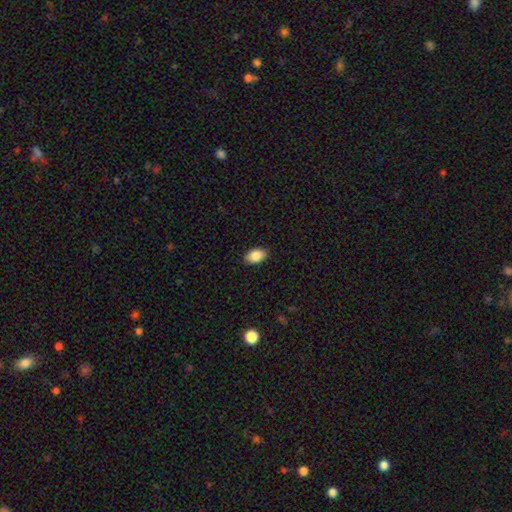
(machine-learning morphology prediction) A smooth galaxy with no disk features (88%) that is in between round and cigar-shaped (93%).

Vote fractions:
- Smooth or featured? smooth: 88% / star or artifact: 7% / featured or disk: 5%
- How rounded? in between: 93% / round: 6% / cigar-shaped: 1%
- Merging? none: 89% / minor disturbance: 8% / major disturbance: 2% / merger: 1%